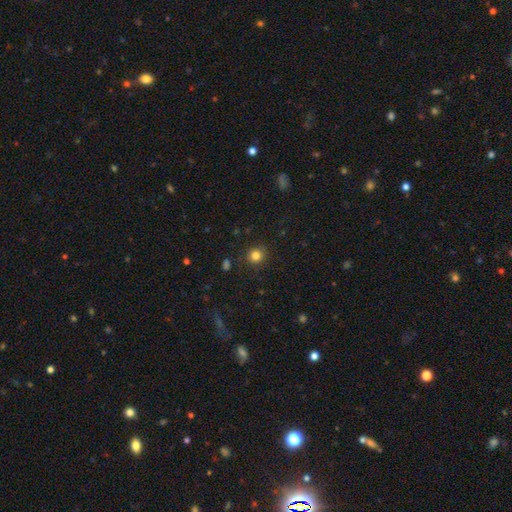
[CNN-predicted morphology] A smooth galaxy with no disk features (82%) that is round (92%). Merging: none (89%).